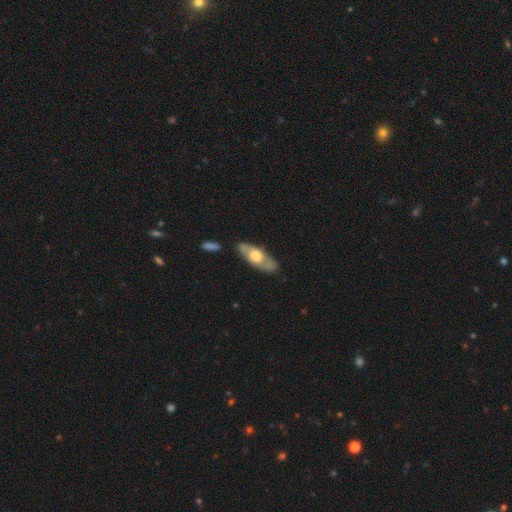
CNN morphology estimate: This appears to be a featured or disk galaxy (52%). Merging: none (78%).